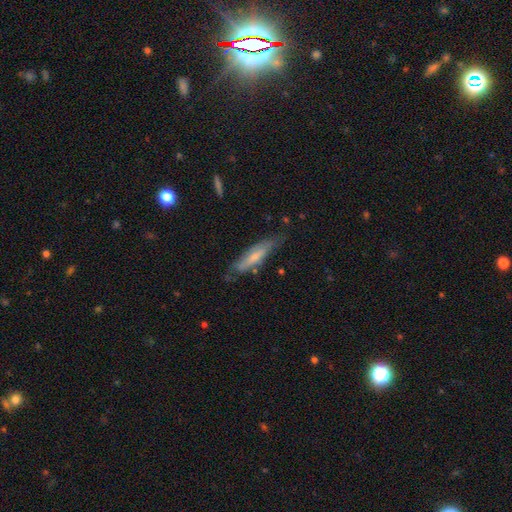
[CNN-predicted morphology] smooth 47%, featured or disk 46%, star or artifact 6%. Down the decision tree: merging — none (71%).